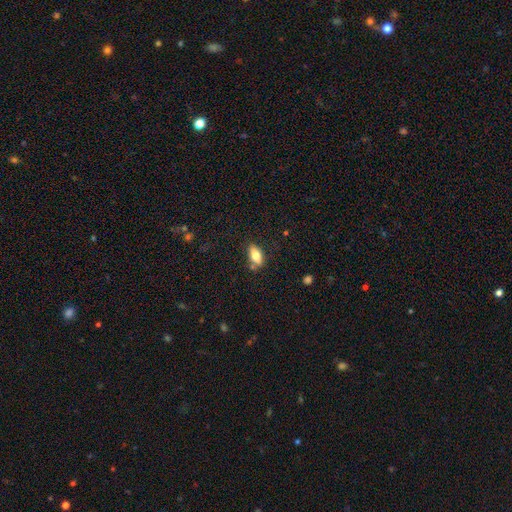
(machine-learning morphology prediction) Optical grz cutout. It shows a smooth galaxy with no disk features (75%) that is in between round and cigar-shaped (85%). Merging: none (77%).